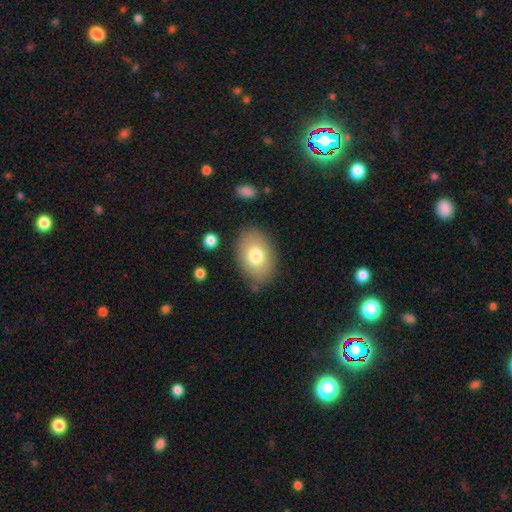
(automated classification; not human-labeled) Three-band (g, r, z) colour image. It shows a smooth galaxy with no disk features (76%) that is in between round and cigar-shaped (83%). Merging: none (78%).